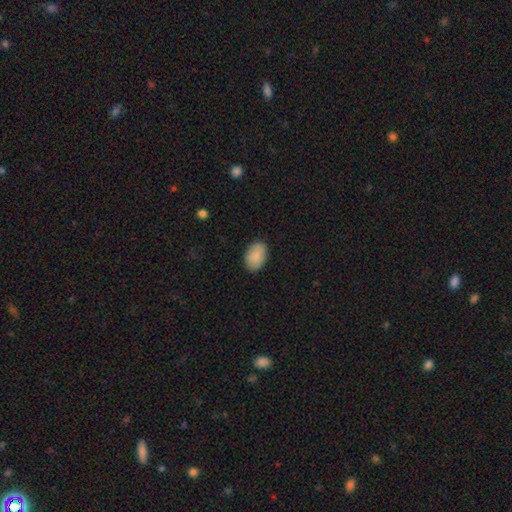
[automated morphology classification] Smooth or featured? smooth (90%)
How rounded? in between (88%)
Merging? none (87%)